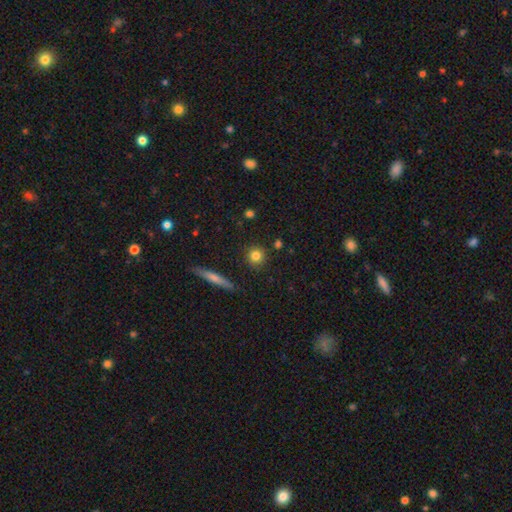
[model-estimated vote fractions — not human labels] The model was most divided on "smooth or featured": smooth: 80%, star or artifact: 10%, featured or disk: 10%. More confident: how rounded — round (89%); merging — none (88%).